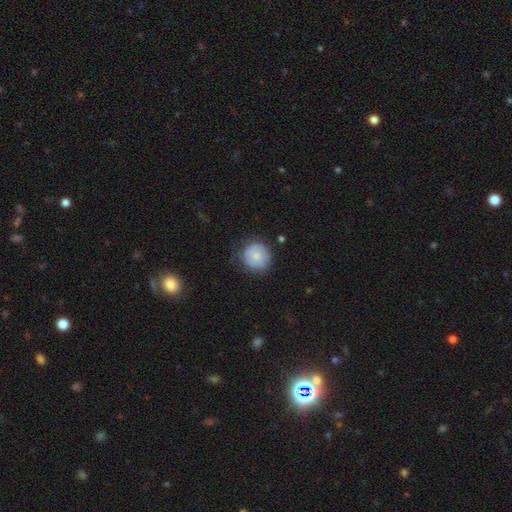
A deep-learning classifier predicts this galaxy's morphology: The model was most divided on "smooth or featured": smooth: 64%, featured or disk: 28%, star or artifact: 7%. More confident: how rounded — round (90%); merging — none (67%).